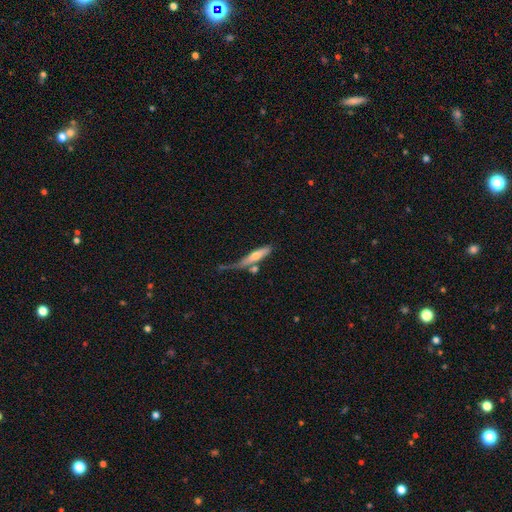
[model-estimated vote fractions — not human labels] smooth 54%, featured or disk 39%, star or artifact 6%. Down the decision tree: how rounded — cigar-shaped (79%); merging — none (41%).